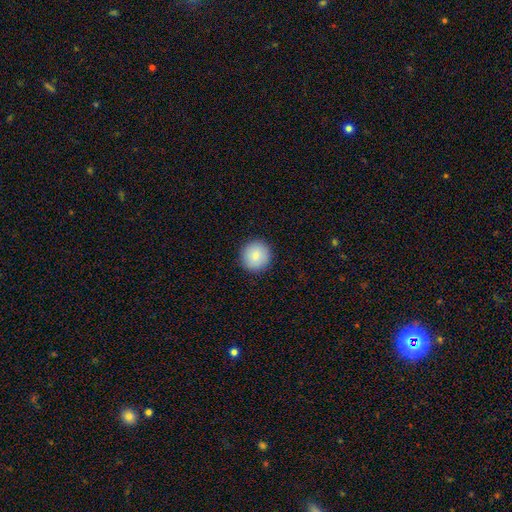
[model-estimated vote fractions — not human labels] Morphology: type=smooth (86%); roundness=round (95%); merging=none (92%).